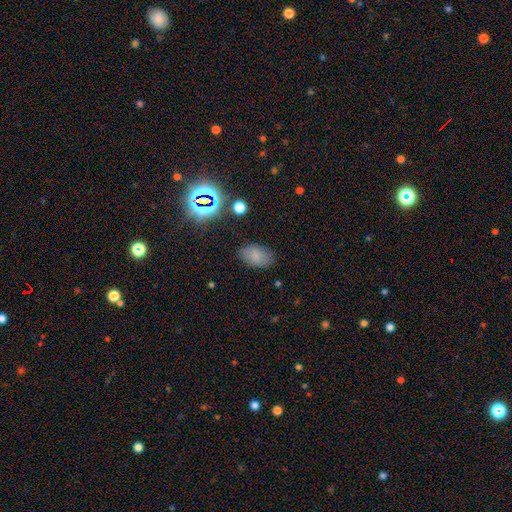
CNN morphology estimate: Smooth or featured: smooth — 76% (star or artifact — 14%)
How rounded: in between — 90% (round — 8%)
Merging: none — 82% (minor disturbance — 13%)